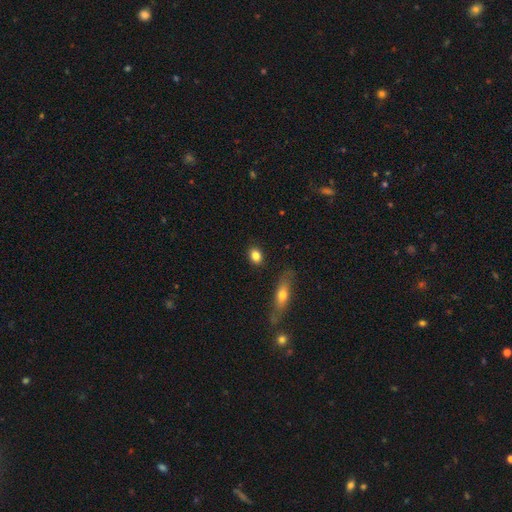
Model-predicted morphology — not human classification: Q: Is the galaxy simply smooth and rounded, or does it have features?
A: smooth — 84%.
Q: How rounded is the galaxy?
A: in between — 53%.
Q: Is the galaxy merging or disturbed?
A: none — 86%.